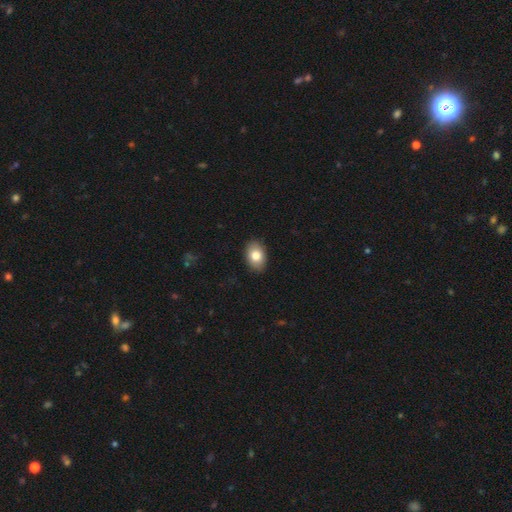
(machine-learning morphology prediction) This appears to be a smooth galaxy with no disk features (82%) that is in between round and cigar-shaped (83%). Merging: none (89%).